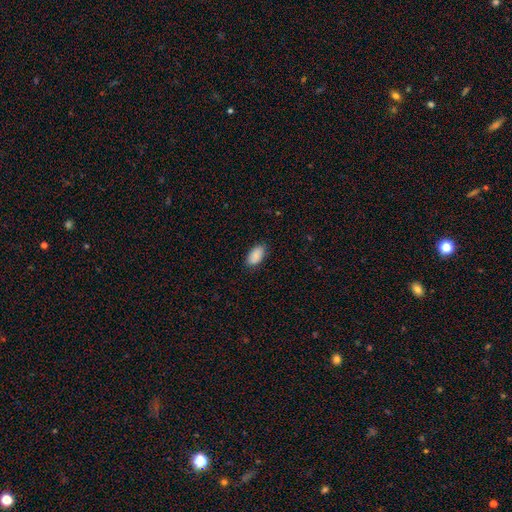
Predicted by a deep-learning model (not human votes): Q: Smooth or featured?
A: smooth (89%); runner-up: star or artifact (6%)
Q: How rounded?
A: in between (94%); runner-up: round (3%)
Q: Merging?
A: none (85%); runner-up: minor disturbance (12%)